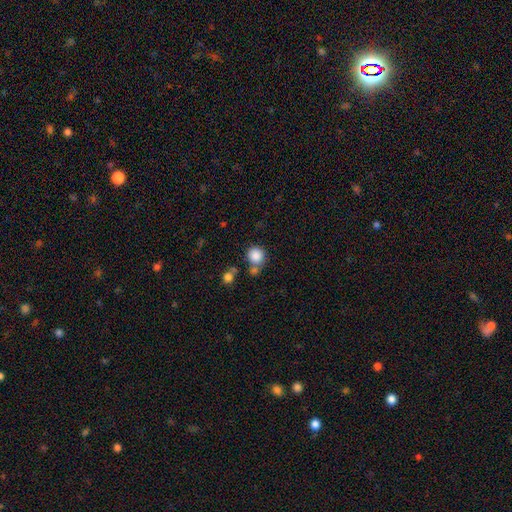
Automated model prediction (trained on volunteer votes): smooth 86%, star or artifact 10%, featured or disk 4%. Down the decision tree: how rounded — round (91%); merging — none (66%).